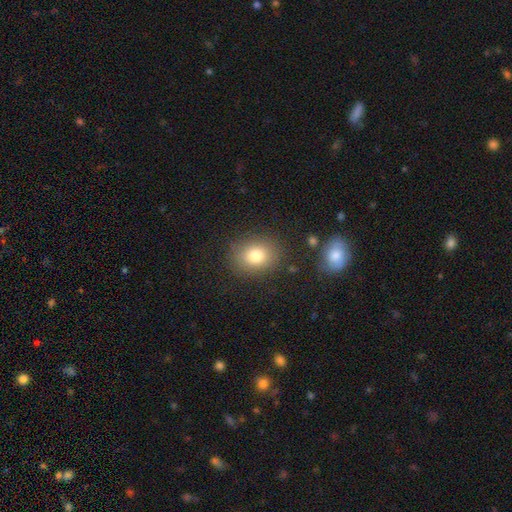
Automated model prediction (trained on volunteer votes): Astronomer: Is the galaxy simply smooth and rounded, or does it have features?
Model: smooth — 80%.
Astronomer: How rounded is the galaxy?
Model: round — 59% (runner-up: in between, 40%).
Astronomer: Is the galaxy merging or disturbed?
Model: none — 84%.